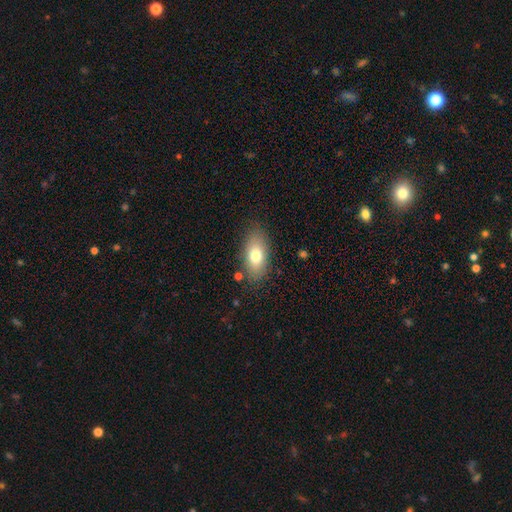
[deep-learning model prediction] A smooth galaxy with no disk features (76%) that is in between round and cigar-shaped (88%).

Vote fractions:
- Smooth or featured? smooth: 76% / featured or disk: 16% / star or artifact: 8%
- How rounded? in between: 88% / cigar-shaped: 6% / round: 5%
- Merging? none: 82% / minor disturbance: 12% / major disturbance: 3% / merger: 2%